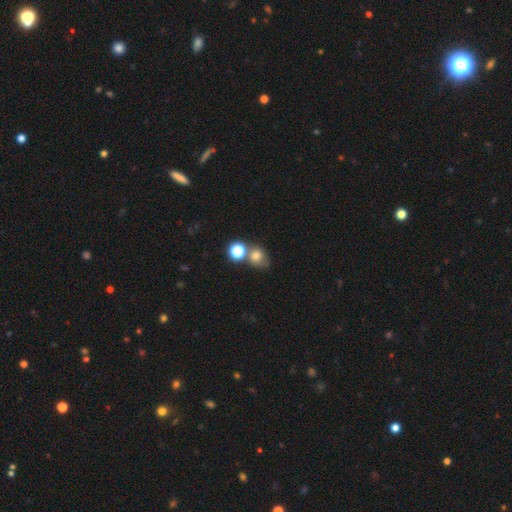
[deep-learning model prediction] Smooth or featured: smooth — 74% (star or artifact — 15%)
How rounded: round — 67% (in between — 32%)
Merging: none — 47% (merger — 35%)